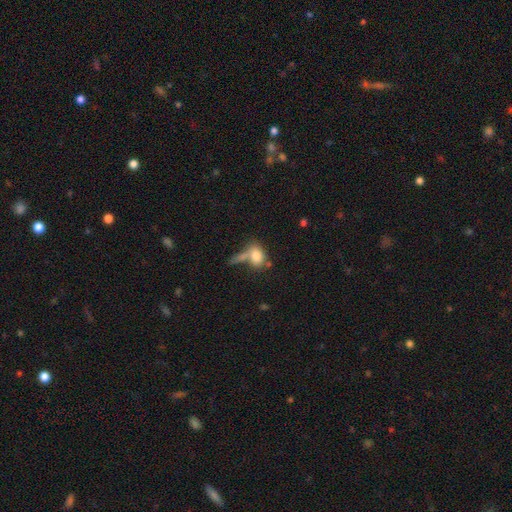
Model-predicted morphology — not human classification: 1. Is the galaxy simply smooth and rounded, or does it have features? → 78% smooth, 13% featured or disk, 9% star or artifact.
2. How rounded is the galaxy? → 80% in between, 17% round, 4% cigar-shaped.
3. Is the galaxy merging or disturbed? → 39% merger, 34% none, 14% minor disturbance, 13% major disturbance.